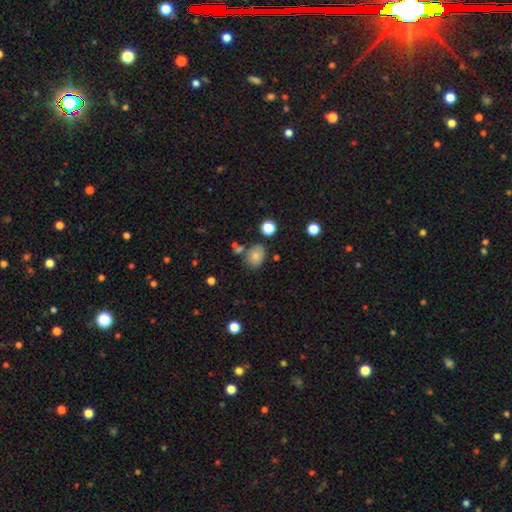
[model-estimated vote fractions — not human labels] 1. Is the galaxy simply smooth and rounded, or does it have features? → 79% smooth, 12% star or artifact, 9% featured or disk.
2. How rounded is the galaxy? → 54% in between, 45% round, 1% cigar-shaped.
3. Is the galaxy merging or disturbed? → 68% none, 16% minor disturbance, 11% merger, 5% major disturbance.